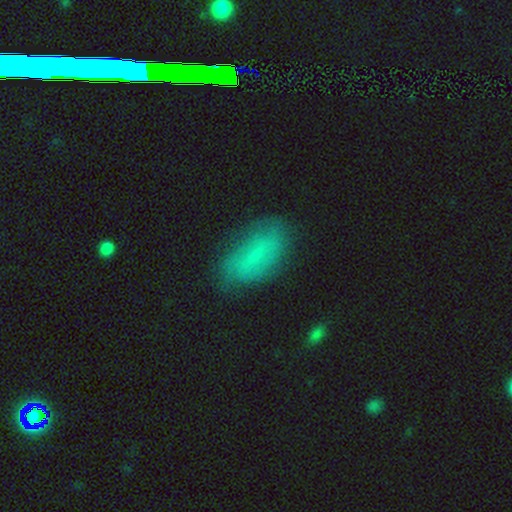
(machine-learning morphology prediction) This is likely a smooth galaxy (66%). How rounded: clearly in between (87%). Merging: likely none (76%).